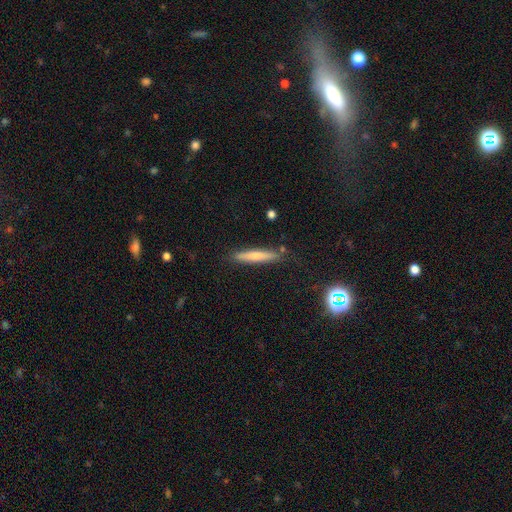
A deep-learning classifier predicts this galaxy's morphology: Smooth or featured: smooth — 63% (featured or disk — 30%)
How rounded: cigar-shaped — 93% (in between — 6%)
Merging: none — 85% (minor disturbance — 11%)